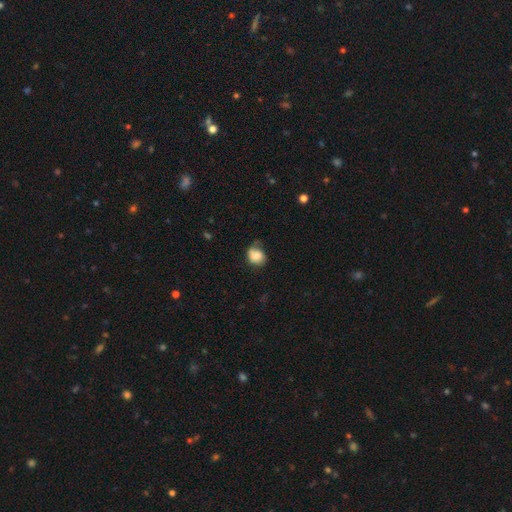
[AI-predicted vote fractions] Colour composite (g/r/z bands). It shows a smooth galaxy with no disk features (78%) that is round (54%). Merging: none (45%).